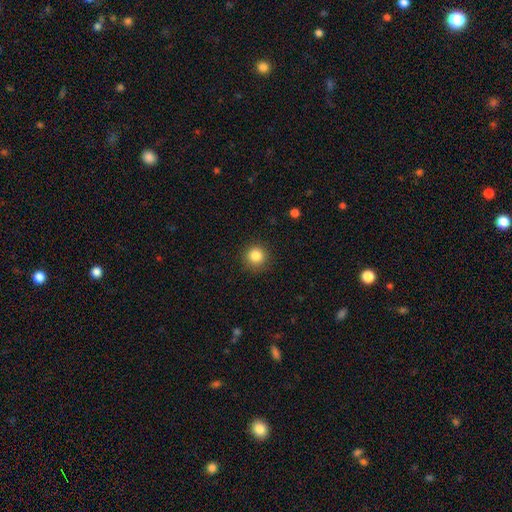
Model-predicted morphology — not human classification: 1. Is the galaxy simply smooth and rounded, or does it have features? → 85% smooth, 11% star or artifact, 4% featured or disk.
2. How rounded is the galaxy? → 94% round, 5% in between, 1% cigar-shaped.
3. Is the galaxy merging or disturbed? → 89% none, 7% minor disturbance, 2% major disturbance, 1% merger.